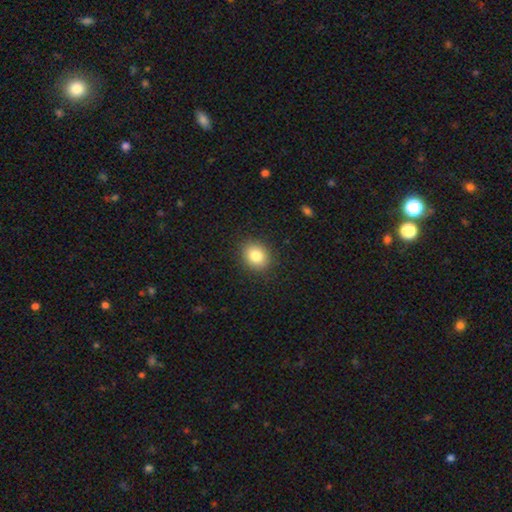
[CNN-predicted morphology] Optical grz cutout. It shows a smooth galaxy with no disk features (82%) that is round (64%). Merging: none (89%).